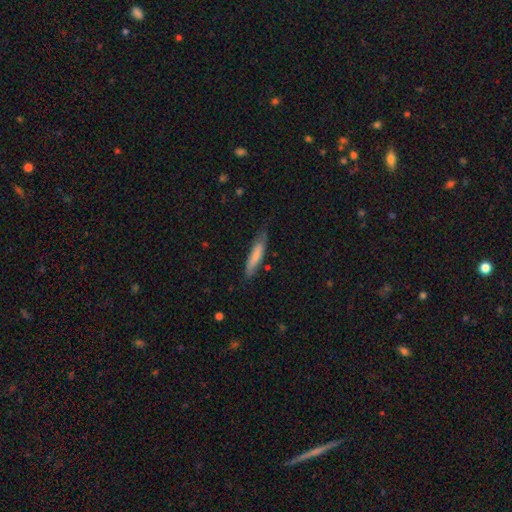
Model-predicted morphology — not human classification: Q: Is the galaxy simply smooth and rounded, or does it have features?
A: smooth — 75%.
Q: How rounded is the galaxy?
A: cigar-shaped — 83%.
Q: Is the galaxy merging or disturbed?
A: none — 72%.